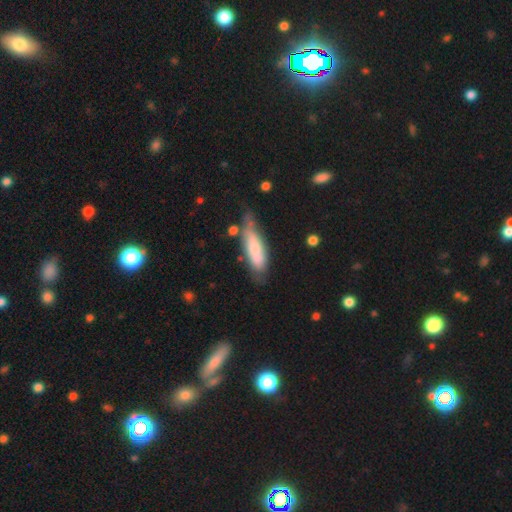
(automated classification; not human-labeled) smooth_or_featured: smooth (p=0.62) [alt: featured or disk p=0.32]
how_rounded: in between (p=0.53) [alt: cigar-shaped p=0.45]
merging: none (p=0.49) [alt: minor disturbance p=0.30]